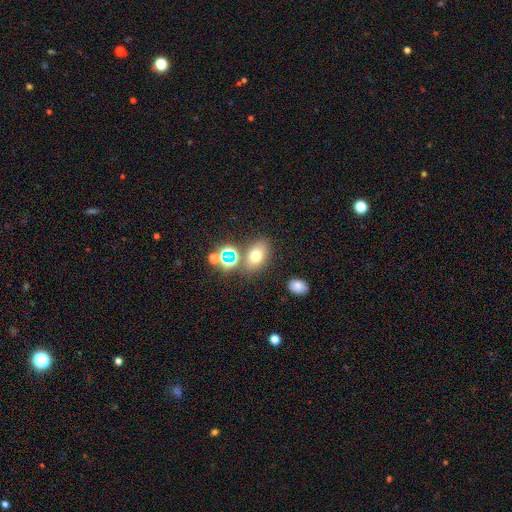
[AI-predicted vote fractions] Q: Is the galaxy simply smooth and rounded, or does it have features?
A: smooth — 67%.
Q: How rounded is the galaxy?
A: in between — 76%.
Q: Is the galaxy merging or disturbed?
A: none — 70%.